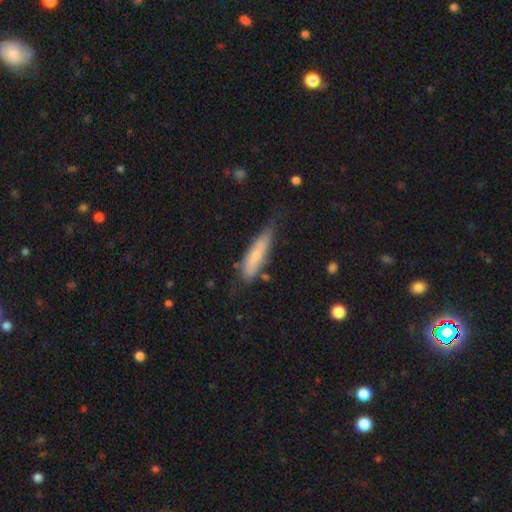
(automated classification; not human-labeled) Smooth or featured? Predicted: smooth (p=0.57). How rounded? Predicted: cigar-shaped (p=0.66). Merging? Predicted: none (p=0.53).